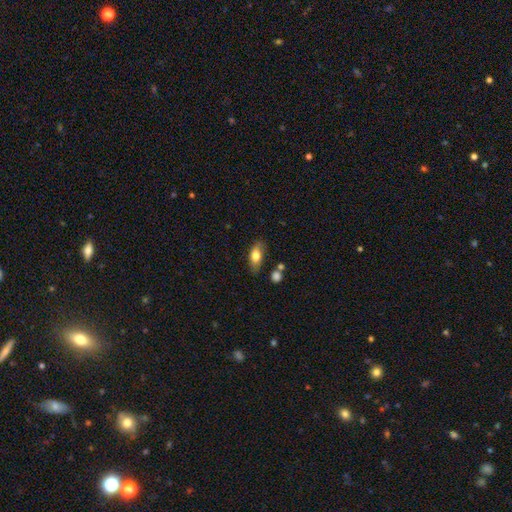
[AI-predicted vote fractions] Morphology: type=smooth (74%); roundness=in between (84%); merging=none (75%).